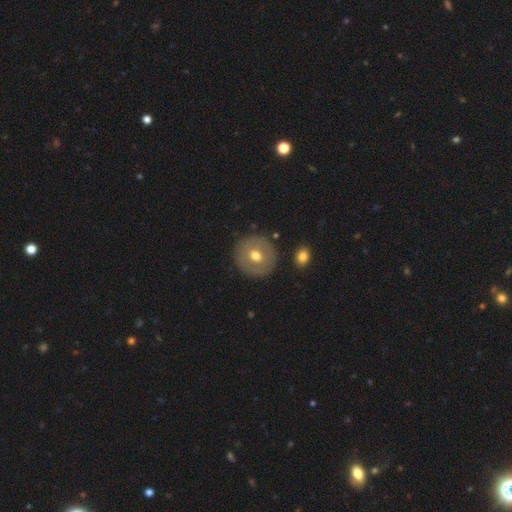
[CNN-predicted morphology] Q: Smooth or featured?
A: smooth (54%); runner-up: featured or disk (38%)
Q: How rounded?
A: round (92%); runner-up: in between (7%)
Q: Merging?
A: none (87%); runner-up: minor disturbance (8%)